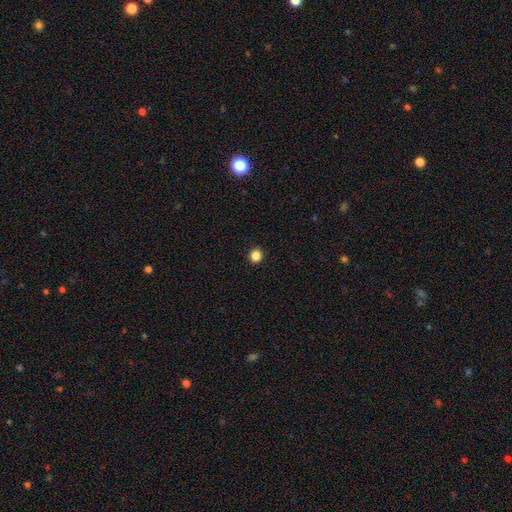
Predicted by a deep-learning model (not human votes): Overall: smooth (86%). How rounded: round (84%). Merging: none (93%).